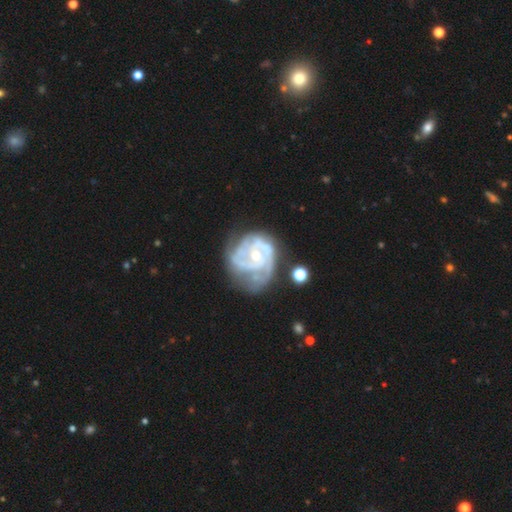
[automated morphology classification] smooth_or_featured: featured or disk (p=0.85) [alt: smooth p=0.09]
disk_edge_on: no (p=0.98) [alt: yes p=0.02]
bar: no (p=0.73) [alt: weak p=0.21]
has_spiral_arms: yes (p=0.91) [alt: no p=0.09]
spiral_winding: tight (p=0.56) [alt: medium p=0.34]
spiral_arm_count: can't tell (p=0.29) [alt: 3 p=0.28]
bulge_size: small (p=0.54) [alt: moderate p=0.42]
merging: none (p=0.44) [alt: minor disturbance p=0.27]